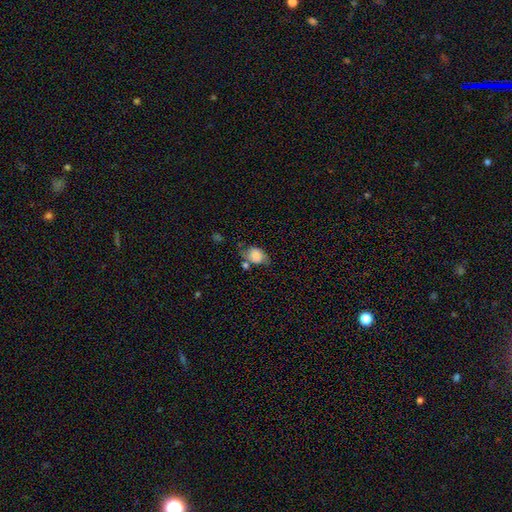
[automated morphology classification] smooth-or-featured: smooth: 70% | featured or disk: 20% | star or artifact: 10%
  how-rounded: in between: 71% | round: 28% | cigar-shaped: 2%
  merging: none: 47% | minor disturbance: 29% | merger: 13% | major disturbance: 12%